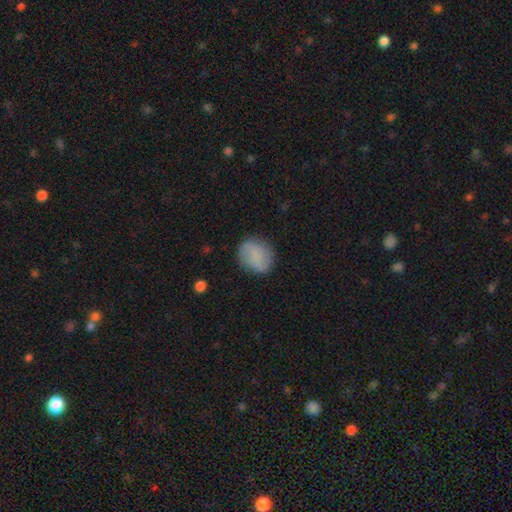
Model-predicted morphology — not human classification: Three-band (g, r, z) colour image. It shows a smooth galaxy with no disk features (69%) that is round (62%). Merging: none (81%).